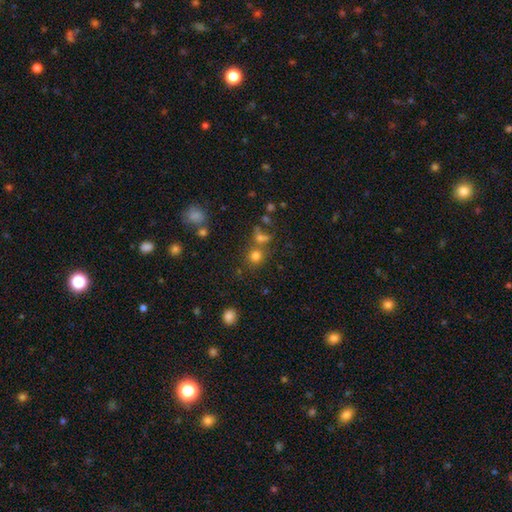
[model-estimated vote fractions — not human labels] Q: Smooth or featured?
A: smooth (74%); runner-up: star or artifact (18%)
Q: How rounded?
A: round (88%); runner-up: in between (11%)
Q: Merging?
A: none (62%); runner-up: merger (25%)